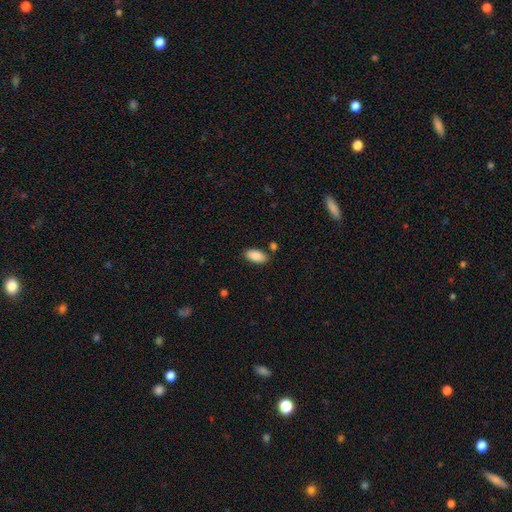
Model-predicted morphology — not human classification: Smooth or featured? smooth (89%)
How rounded? in between (94%)
Merging? none (82%)